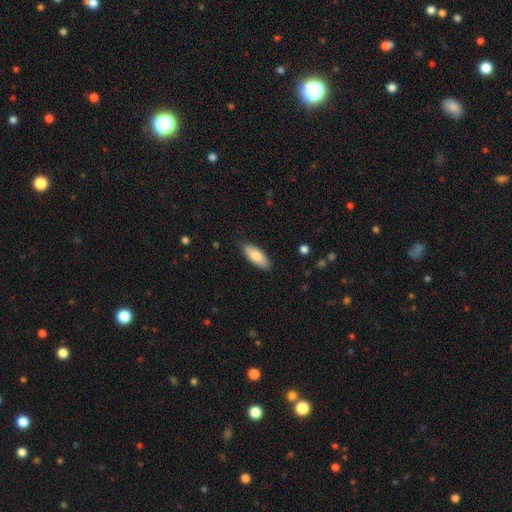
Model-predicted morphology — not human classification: The model was most divided on "how rounded": in between: 80%, cigar-shaped: 18%, round: 2%. More confident: merging — none (83%); smooth or featured — smooth (80%).